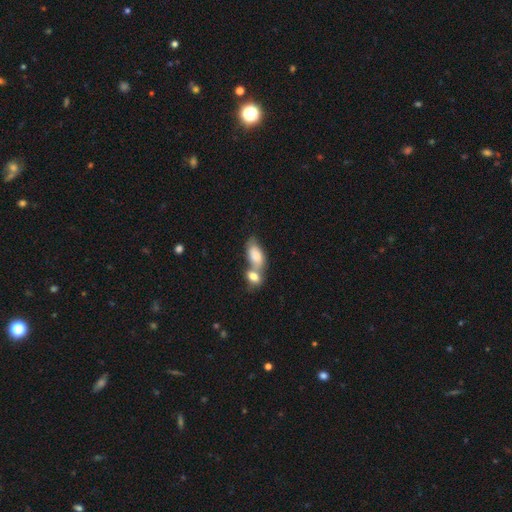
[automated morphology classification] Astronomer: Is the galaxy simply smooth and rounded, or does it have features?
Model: smooth — 75%.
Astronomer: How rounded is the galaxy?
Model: in between — 88%.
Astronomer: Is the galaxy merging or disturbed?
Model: merger — 66%.